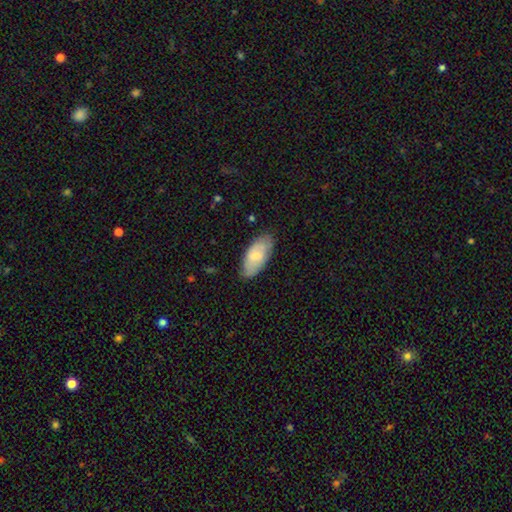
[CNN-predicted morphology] The model was most divided on "smooth or featured": smooth: 68%, featured or disk: 26%, star or artifact: 6%. More confident: how rounded — in between (92%); merging — none (75%).